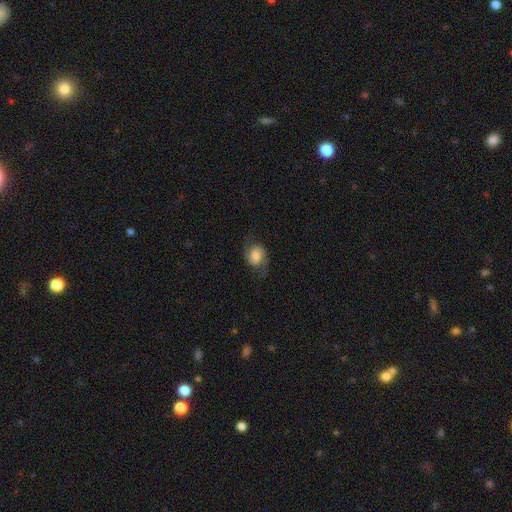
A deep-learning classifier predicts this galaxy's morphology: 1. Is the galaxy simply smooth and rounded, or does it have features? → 64% featured or disk, 28% smooth, 8% star or artifact.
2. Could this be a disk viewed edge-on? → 97% no, 3% yes.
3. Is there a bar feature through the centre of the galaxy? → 60% no, 33% weak, 7% strong.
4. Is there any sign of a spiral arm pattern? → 93% yes, 7% no.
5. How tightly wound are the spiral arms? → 45% medium, 39% loose, 16% tight.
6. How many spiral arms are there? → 90% 2, 4% can't tell, 3% 1, 1% 3, 1% 4, 1% more than 4.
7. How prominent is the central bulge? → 45% moderate, 26% large, 18% small, 6% none, 6% dominant.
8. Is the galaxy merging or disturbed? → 71% none, 17% minor disturbance, 10% major disturbance, 1% merger.